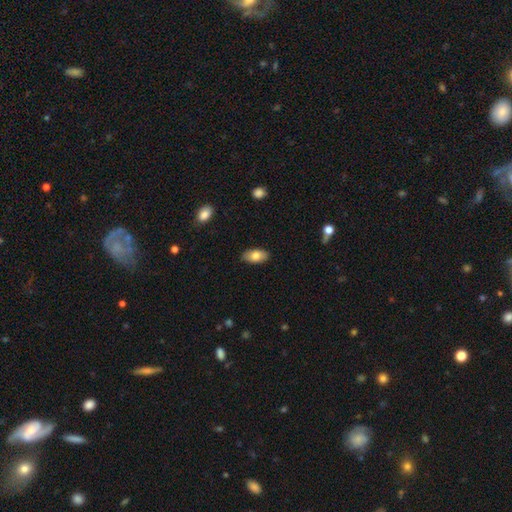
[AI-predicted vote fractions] A smooth galaxy with no disk features (79%) that is in between round and cigar-shaped (93%). Merging: none (87%).